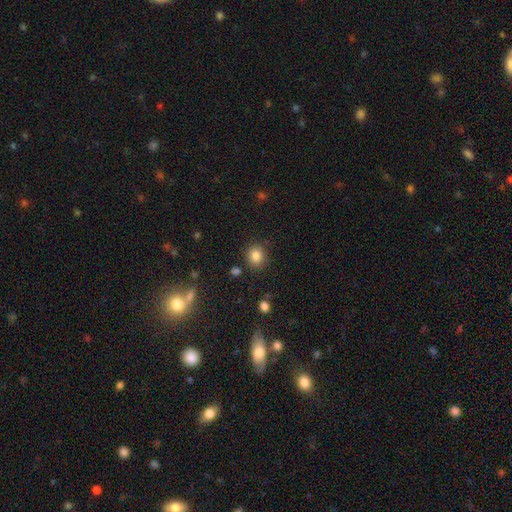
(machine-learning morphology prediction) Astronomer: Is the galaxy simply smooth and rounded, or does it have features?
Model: smooth — 84%.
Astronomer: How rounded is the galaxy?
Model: round — 76%.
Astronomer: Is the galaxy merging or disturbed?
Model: none — 84%.